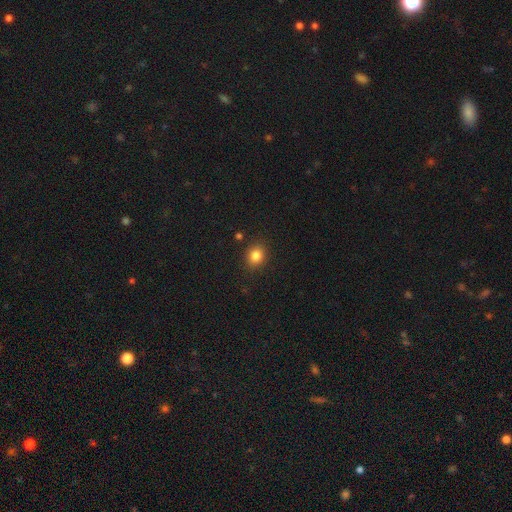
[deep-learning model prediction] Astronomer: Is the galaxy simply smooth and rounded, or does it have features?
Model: smooth — 83%.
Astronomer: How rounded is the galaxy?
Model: round — 66%.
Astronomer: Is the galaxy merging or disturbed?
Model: none — 87%.